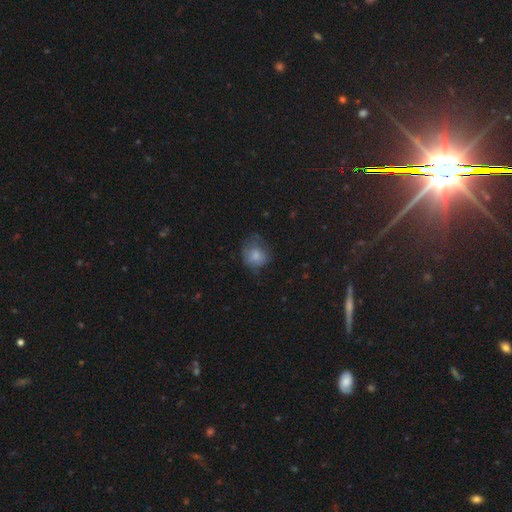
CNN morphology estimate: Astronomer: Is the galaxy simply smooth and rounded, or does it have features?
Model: smooth — 74%.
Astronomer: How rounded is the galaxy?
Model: round — 67%.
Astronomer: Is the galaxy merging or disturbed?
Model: none — 52% (runner-up: minor disturbance, 29%).